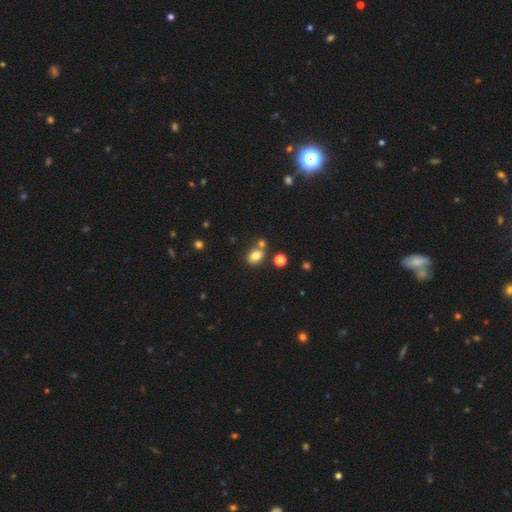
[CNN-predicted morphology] Overall: smooth (81%). How rounded: in between (66%; round 33%). Merging: none (63%).